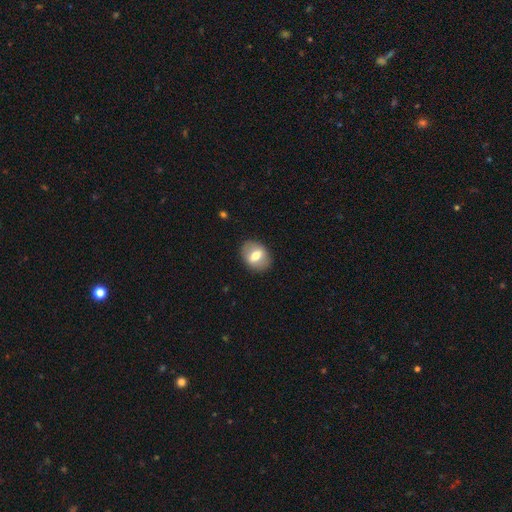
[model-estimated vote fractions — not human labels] This appears to be a smooth galaxy with no disk features (59%) that is in between round and cigar-shaped (58%). Merging: none (85%).